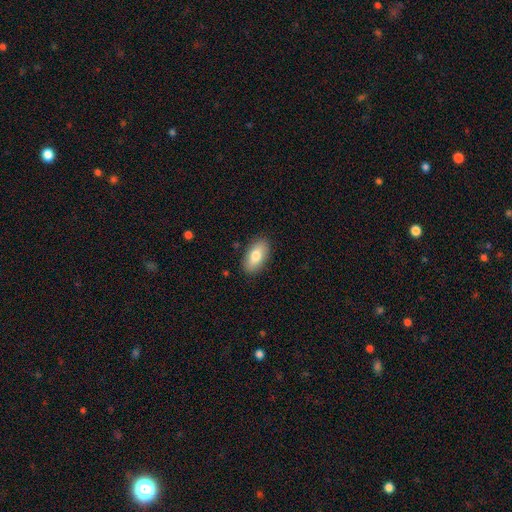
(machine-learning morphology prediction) smooth 79%, featured or disk 15%, star or artifact 6%. Down the decision tree: how rounded — in between (91%); merging — none (88%).